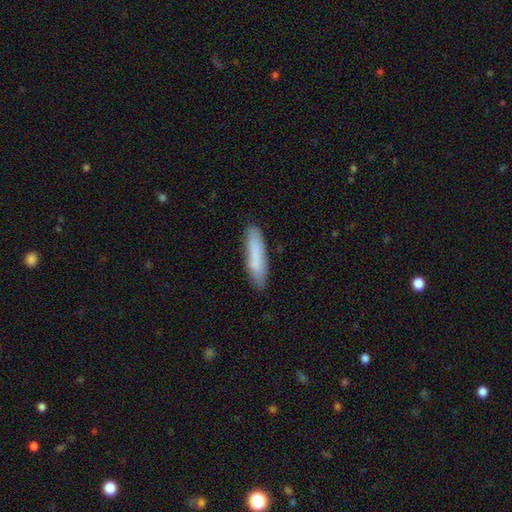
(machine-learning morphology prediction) Smooth or featured?
  - smooth: 82% *
  - featured or disk: 12%
  - star or artifact: 6%
How rounded?
  - cigar-shaped: 82% *
  - in between: 17%
  - round: 1%
Merging?
  - none: 84% *
  - minor disturbance: 12%
  - major disturbance: 2%
  - merger: 1%